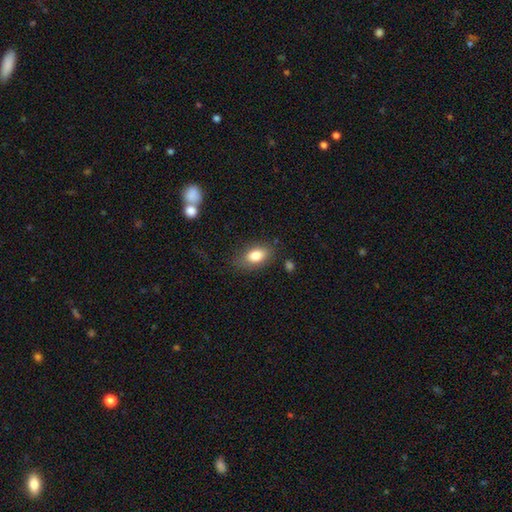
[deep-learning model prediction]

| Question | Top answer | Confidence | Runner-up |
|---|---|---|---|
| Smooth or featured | smooth | 82% | featured or disk (10%) |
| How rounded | in between | 88% | round (9%) |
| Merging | none | 75% | minor disturbance (17%) |